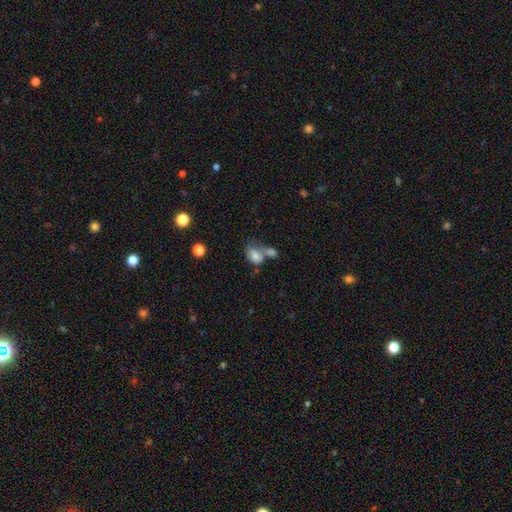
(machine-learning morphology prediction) Smooth or featured? smooth (79%)
How rounded? in between (73%)
Merging? merger (48%)